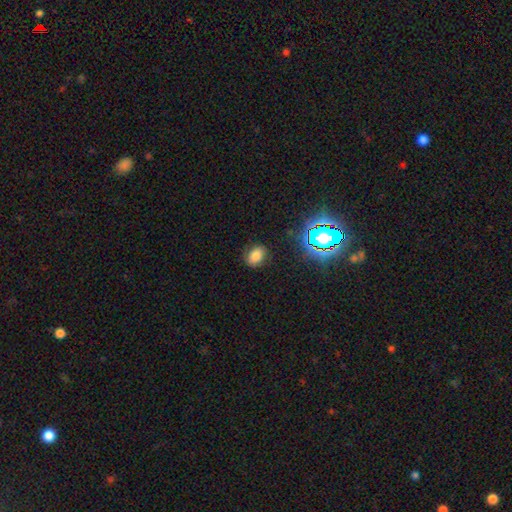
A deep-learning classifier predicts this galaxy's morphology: Smooth or featured: smooth — 75% (star or artifact — 17%)
How rounded: in between — 72% (round — 27%)
Merging: none — 83% (minor disturbance — 12%)